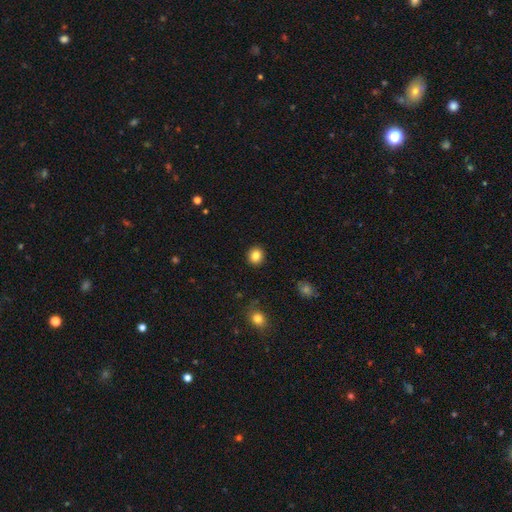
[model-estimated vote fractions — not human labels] Smooth or featured? smooth (84%)
How rounded? round (88%)
Merging? none (92%)